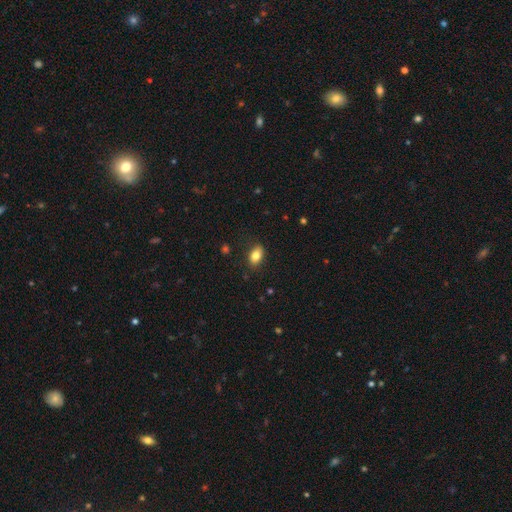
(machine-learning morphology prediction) Smooth or featured? smooth (82%)
How rounded? in between (86%)
Merging? none (83%)